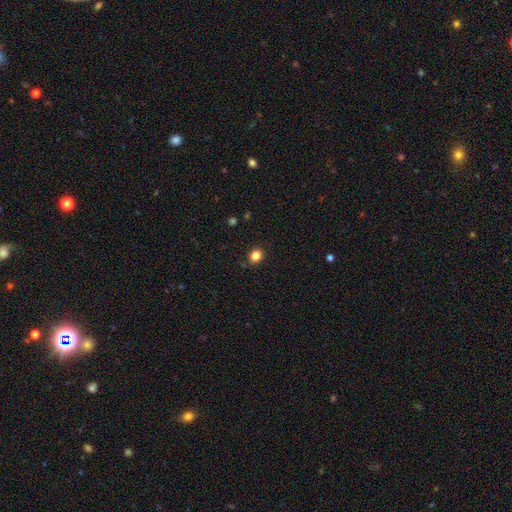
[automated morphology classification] Q: Smooth or featured?
A: smooth (84%); runner-up: star or artifact (12%)
Q: How rounded?
A: round (65%); runner-up: in between (34%)
Q: Merging?
A: none (88%); runner-up: minor disturbance (8%)